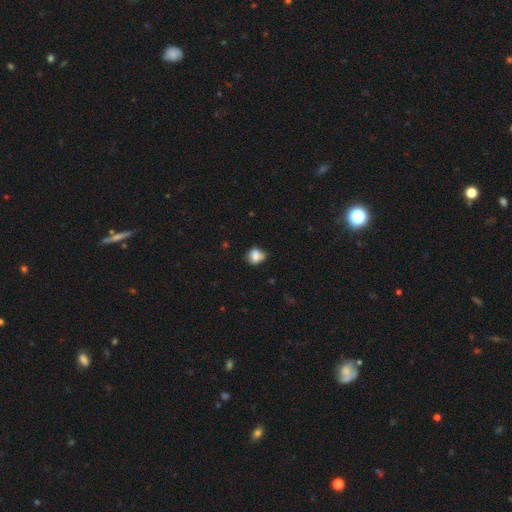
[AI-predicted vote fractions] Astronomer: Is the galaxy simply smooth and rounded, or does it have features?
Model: smooth — 79%.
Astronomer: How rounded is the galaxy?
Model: round — 60% (runner-up: in between, 39%).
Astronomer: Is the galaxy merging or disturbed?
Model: none — 56%.